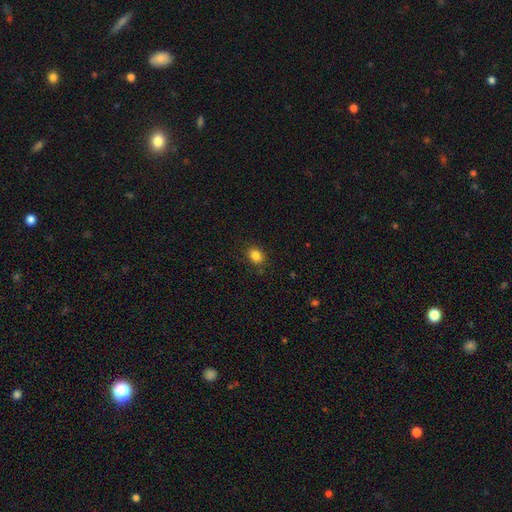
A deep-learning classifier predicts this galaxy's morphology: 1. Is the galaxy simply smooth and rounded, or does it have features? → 85% smooth, 11% star or artifact, 5% featured or disk.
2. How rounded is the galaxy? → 54% in between, 45% round, 1% cigar-shaped.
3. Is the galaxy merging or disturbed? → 85% none, 11% minor disturbance, 3% major disturbance, 1% merger.